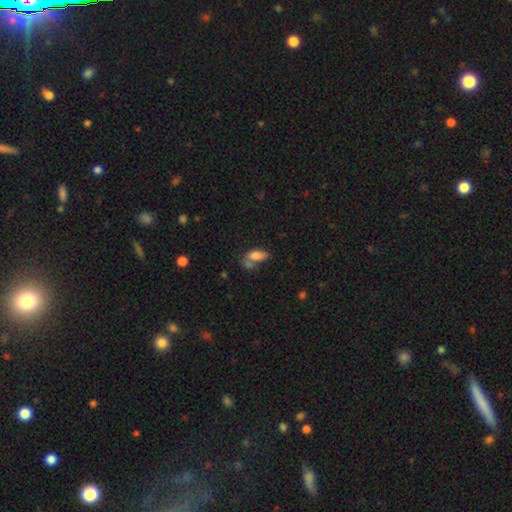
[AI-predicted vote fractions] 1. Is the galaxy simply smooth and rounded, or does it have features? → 78% smooth, 12% featured or disk, 10% star or artifact.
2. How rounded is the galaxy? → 88% in between, 8% cigar-shaped, 4% round.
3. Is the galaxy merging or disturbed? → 37% none, 33% merger, 20% minor disturbance, 11% major disturbance.